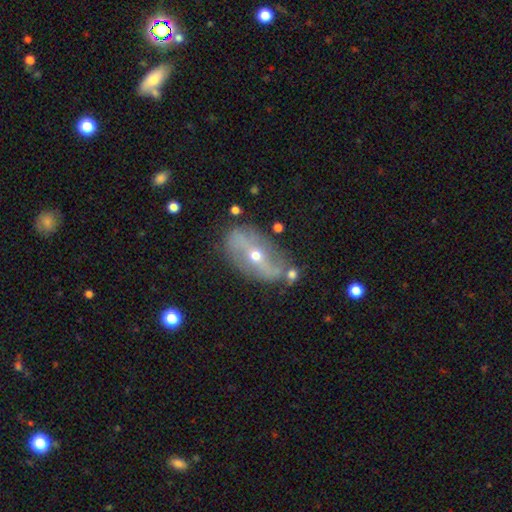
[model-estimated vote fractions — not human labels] smooth-or-featured: featured or disk: 74% | smooth: 19% | star or artifact: 7%
  disk-edge-on: no: 86% | yes: 14%
    bar: strong: 53% | weak: 25% | no: 22%
    has-spiral-arms: yes: 54% | no: 46%
    bulge-size: moderate: 58% | small: 39% | large: 2% | dominant: 1% | none: 1%
  merging: none: 72% | minor disturbance: 16% | major disturbance: 7% | merger: 5%